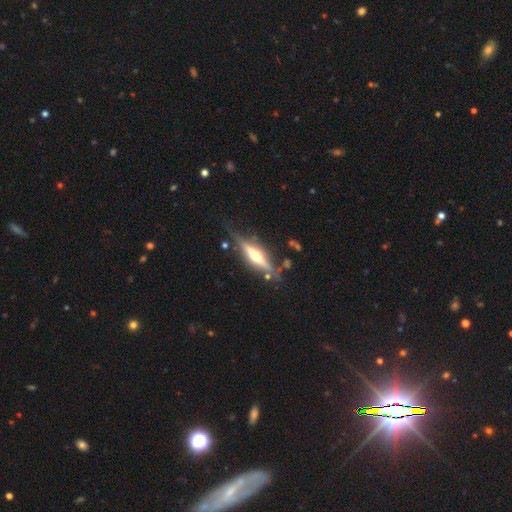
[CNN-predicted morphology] Smooth or featured?
  - featured or disk: 74% *
  - smooth: 20%
  - star or artifact: 6%
Edge-on disk?
  - yes: 95% *
  - no: 5%
Edge-on bulge?
  - rounded: 91% *
  - boxy: 6%
  - none: 3%
Merging?
  - none: 77% *
  - minor disturbance: 15%
  - major disturbance: 4%
  - merger: 4%